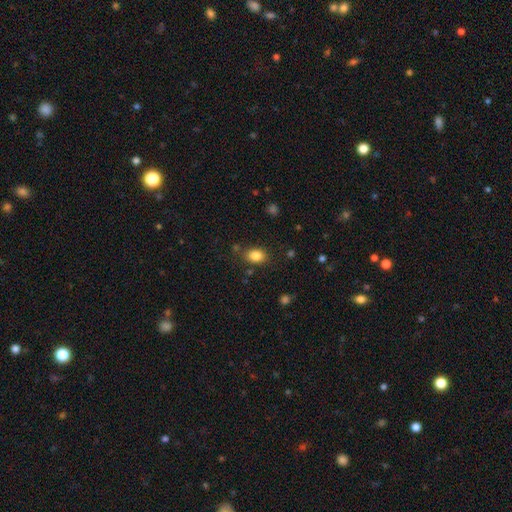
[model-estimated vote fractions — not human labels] smooth_or_featured: smooth (p=0.84) [alt: star or artifact p=0.10]
how_rounded: in between (p=0.67) [alt: round p=0.32]
merging: none (p=0.80) [alt: minor disturbance p=0.12]